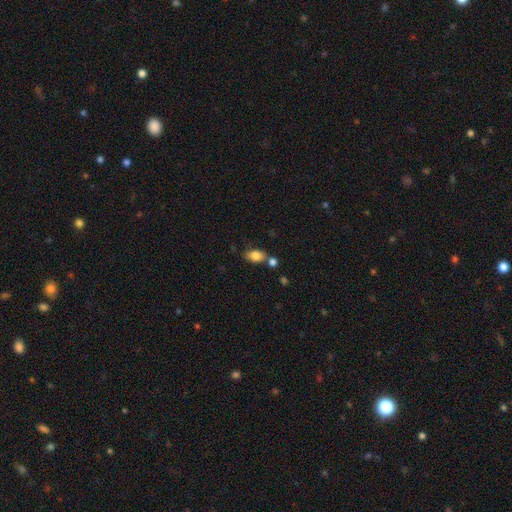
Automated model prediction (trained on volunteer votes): Smooth or featured? Predicted: smooth (p=0.82). How rounded? Predicted: in between (p=0.86). Merging? Predicted: none (p=0.64).